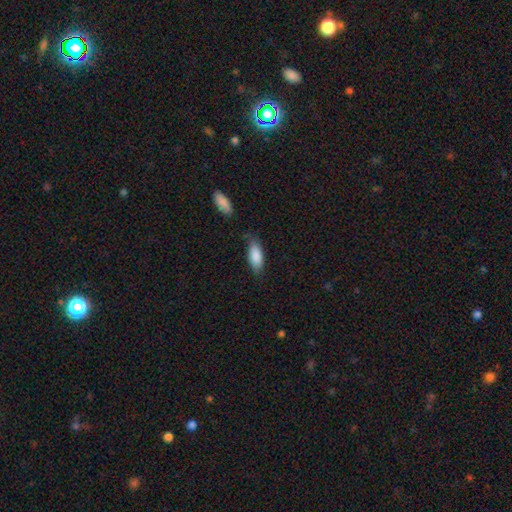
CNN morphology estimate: A smooth galaxy with no disk features (86%) that is in between round and cigar-shaped (78%).

Vote fractions:
- Smooth or featured? smooth: 86% / featured or disk: 8% / star or artifact: 6%
- How rounded? in between: 78% / cigar-shaped: 20% / round: 2%
- Merging? none: 71% / minor disturbance: 20% / major disturbance: 4% / merger: 4%